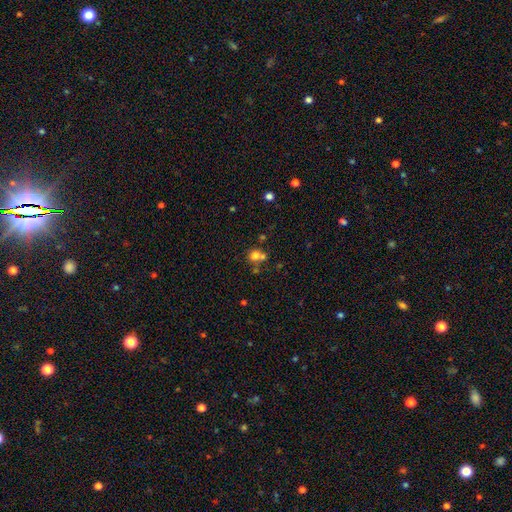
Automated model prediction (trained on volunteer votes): Morphology: type=smooth (72%); roundness=round (82%); merging=none (47%).